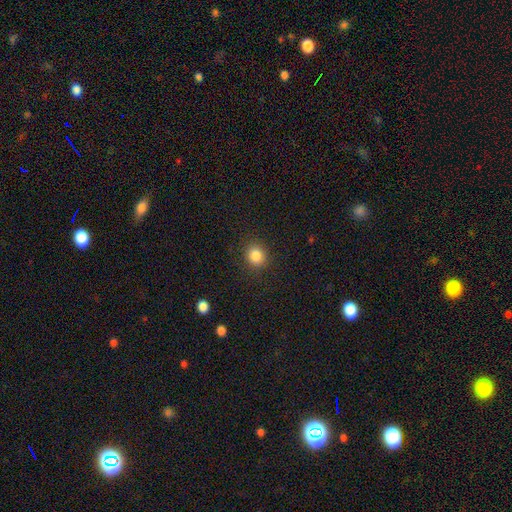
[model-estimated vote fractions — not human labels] Q: Smooth or featured?
A: smooth (85%); runner-up: star or artifact (11%)
Q: How rounded?
A: round (82%); runner-up: in between (17%)
Q: Merging?
A: none (90%); runner-up: minor disturbance (7%)